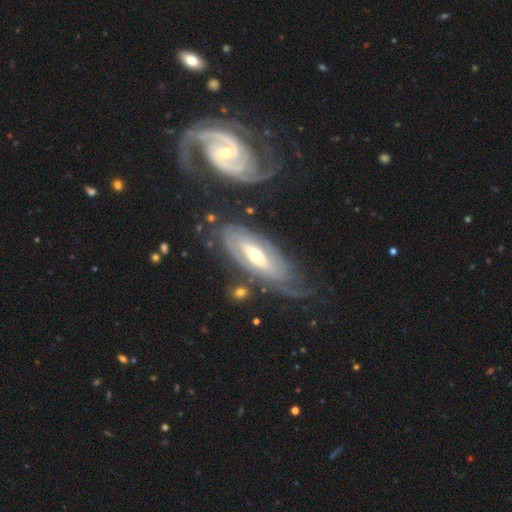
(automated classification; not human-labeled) Smooth or featured?
  - featured or disk: 81% *
  - smooth: 14%
  - star or artifact: 6%
Edge-on disk?
  - no: 88% *
  - yes: 12%
Bar?
  - no: 51% *
  - weak: 30%
  - strong: 18%
Spiral arms?
  - yes: 86% *
  - no: 14%
Spiral winding?
  - tight: 67% *
  - medium: 24%
  - loose: 9%
Spiral arm count?
  - can't tell: 46% *
  - 2: 32%
  - 3: 9%
  - 4: 5%
  - 1: 5%
  - more than 4: 4%
Bulge size?
  - moderate: 55% *
  - small: 39%
  - large: 4%
  - dominant: 1%
  - none: 1%
Merging?
  - none: 60% *
  - minor disturbance: 20%
  - major disturbance: 12%
  - merger: 8%